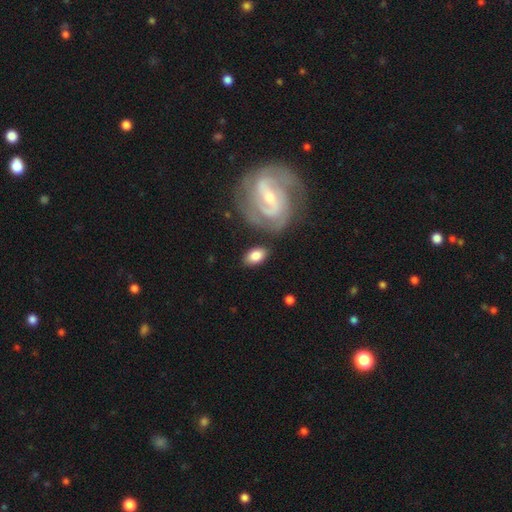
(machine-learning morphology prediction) Smooth or featured? Predicted: smooth (p=0.74). How rounded? Predicted: in between (p=0.90). Merging? Predicted: none (p=0.76).